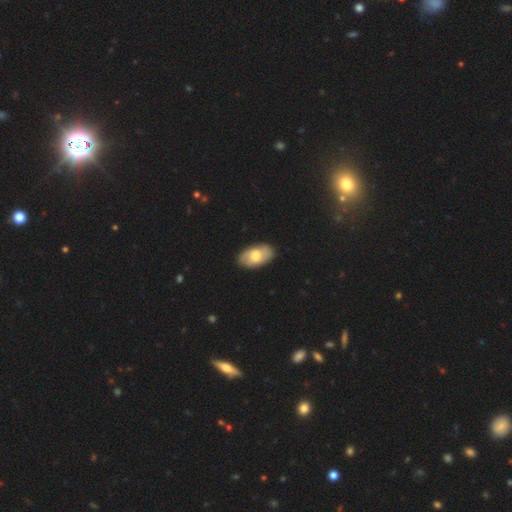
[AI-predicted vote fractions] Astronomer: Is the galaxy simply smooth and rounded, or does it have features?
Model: smooth — 54% (runner-up: featured or disk, 40%).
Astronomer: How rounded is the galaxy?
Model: in between — 94%.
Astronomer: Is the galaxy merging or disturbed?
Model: none — 84%.